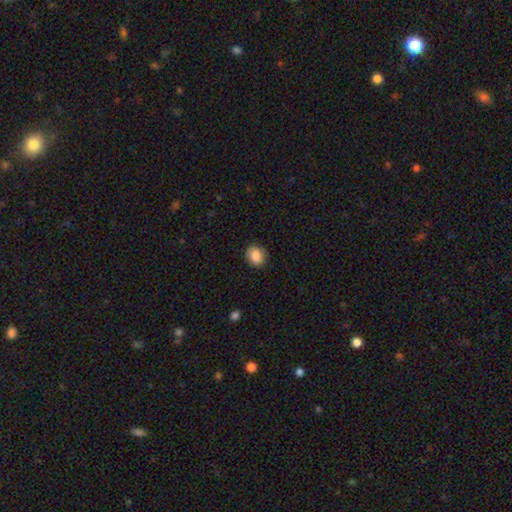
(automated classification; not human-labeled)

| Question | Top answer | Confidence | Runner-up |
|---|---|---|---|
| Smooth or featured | smooth | 87% | star or artifact (8%) |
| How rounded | round | 66% | in between (33%) |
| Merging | none | 89% | minor disturbance (8%) |